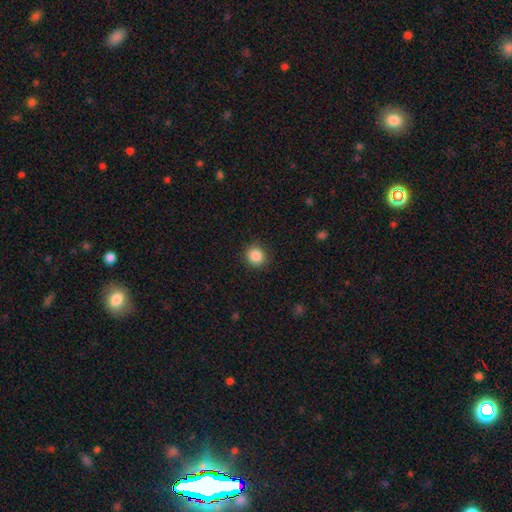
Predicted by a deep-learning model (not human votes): This is clearly a smooth galaxy (87%). How rounded: clearly round (87%). Merging: clearly none (89%).